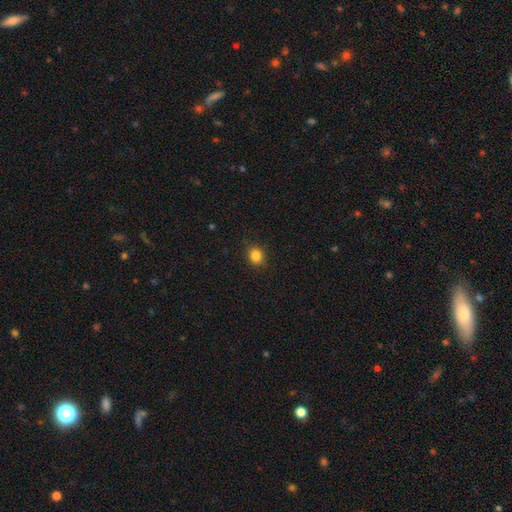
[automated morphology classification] Smooth or featured? smooth (85%)
How rounded? round (67%)
Merging? none (87%)